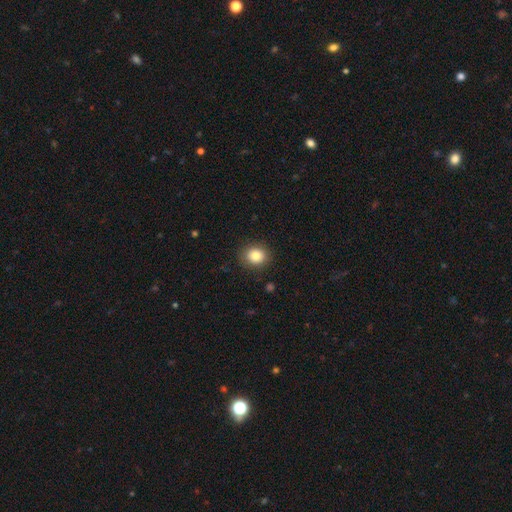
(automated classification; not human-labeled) Smooth or featured? smooth (83%)
How rounded? round (74%)
Merging? none (88%)